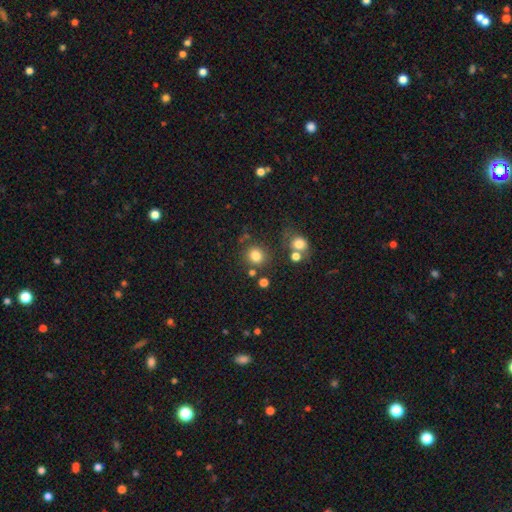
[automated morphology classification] Overall: smooth (80%). How rounded: round (86%). Merging: none (76%).